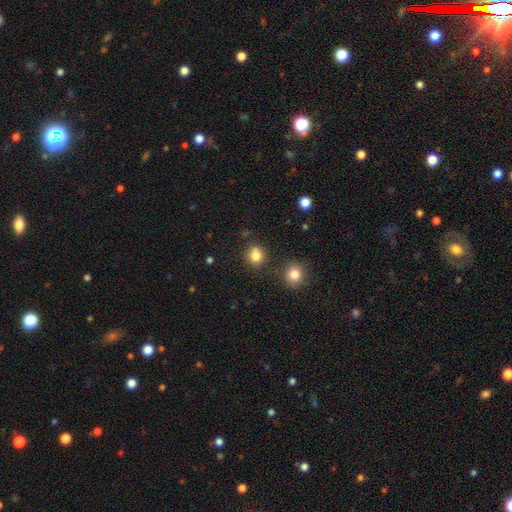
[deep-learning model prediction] smooth 82%, star or artifact 12%, featured or disk 6%. Down the decision tree: how rounded — round (77%); merging — none (78%).